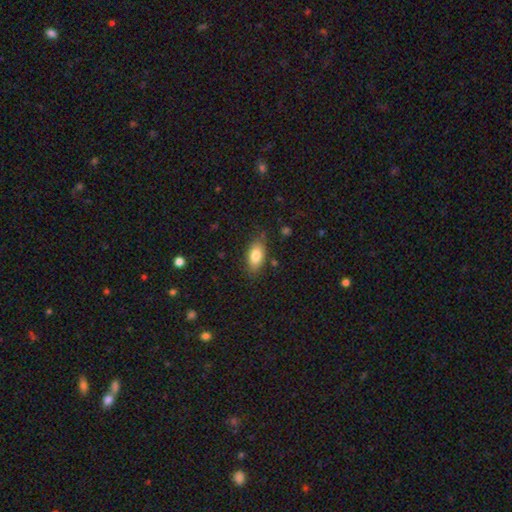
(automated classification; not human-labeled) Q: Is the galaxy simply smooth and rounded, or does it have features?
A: smooth — 81%.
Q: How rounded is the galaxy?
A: in between — 90%.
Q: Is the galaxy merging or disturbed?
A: none — 80%.